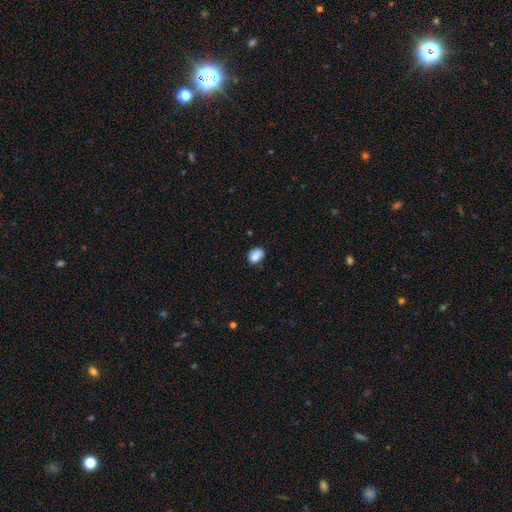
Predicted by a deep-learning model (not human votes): Smooth or featured?
  - smooth: 85% *
  - star or artifact: 8%
  - featured or disk: 6%
How rounded?
  - in between: 72% *
  - round: 27%
  - cigar-shaped: 1%
Merging?
  - none: 71% *
  - minor disturbance: 22%
  - major disturbance: 4%
  - merger: 3%